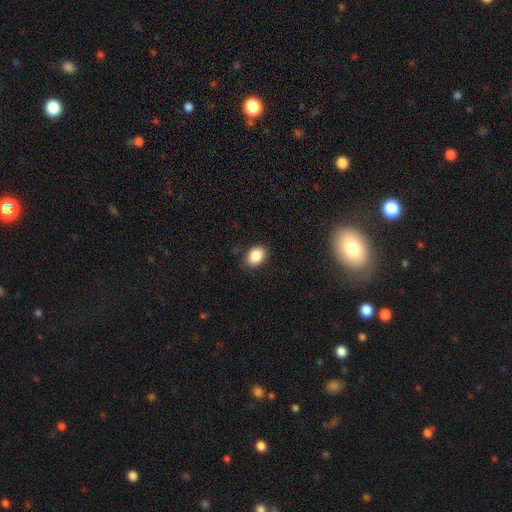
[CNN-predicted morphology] Overall: smooth (87%). How rounded: in between (68%; round 31%). Merging: none (84%).